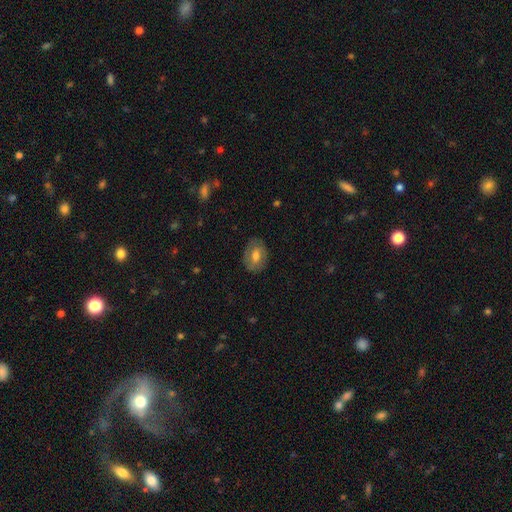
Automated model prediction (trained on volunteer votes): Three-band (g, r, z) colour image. It shows a smooth galaxy with no disk features (61%) that is in between round and cigar-shaped (76%). Merging: none (82%).